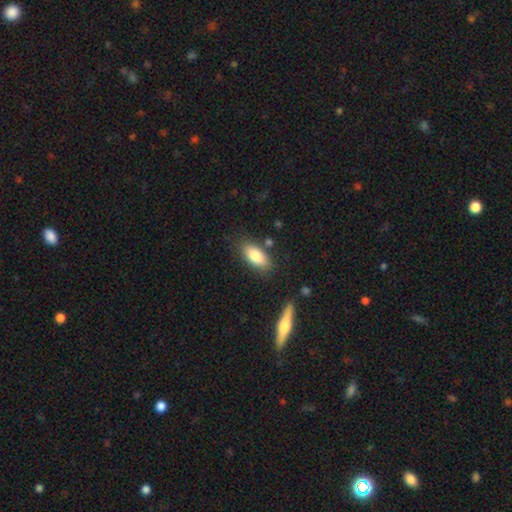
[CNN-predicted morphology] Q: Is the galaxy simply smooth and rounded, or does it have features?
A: smooth — 81%.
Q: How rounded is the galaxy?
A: in between — 87%.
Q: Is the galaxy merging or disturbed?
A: none — 79%.